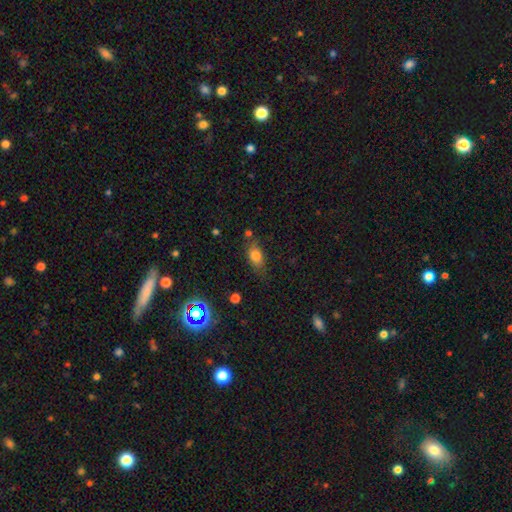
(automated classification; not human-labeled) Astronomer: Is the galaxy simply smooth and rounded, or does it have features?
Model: smooth — 76%.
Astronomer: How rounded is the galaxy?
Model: in between — 76%.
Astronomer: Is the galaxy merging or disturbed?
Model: none — 69%.